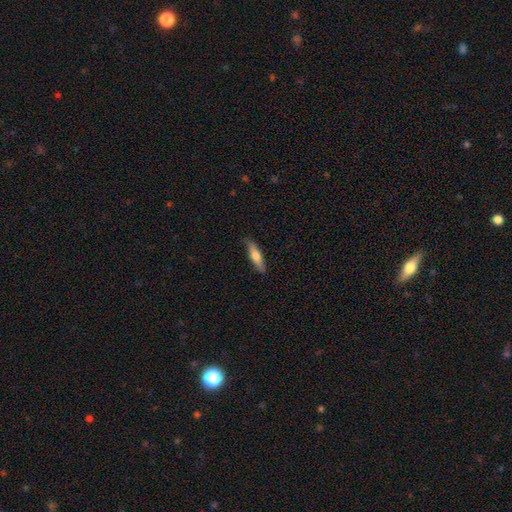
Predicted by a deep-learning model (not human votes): Smooth or featured?
  - smooth: 65% *
  - featured or disk: 29%
  - star or artifact: 6%
How rounded?
  - cigar-shaped: 72% *
  - in between: 26%
  - round: 2%
Merging?
  - none: 84% *
  - minor disturbance: 13%
  - major disturbance: 2%
  - merger: 1%